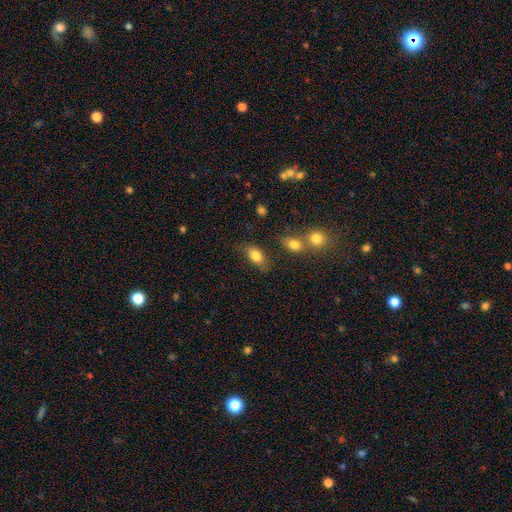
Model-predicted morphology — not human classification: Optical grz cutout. It shows a smooth galaxy with no disk features (81%) that is in between round and cigar-shaped (86%). Merging: none (67%).